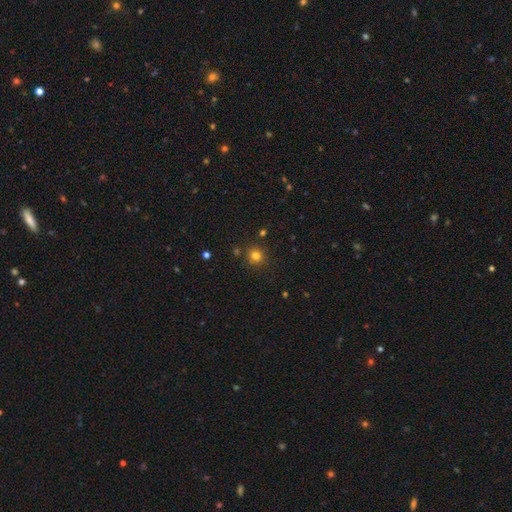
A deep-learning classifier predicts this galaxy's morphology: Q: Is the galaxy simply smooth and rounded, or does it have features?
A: smooth — 78%.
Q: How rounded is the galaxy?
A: round — 91%.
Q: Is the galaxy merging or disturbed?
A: none — 84%.